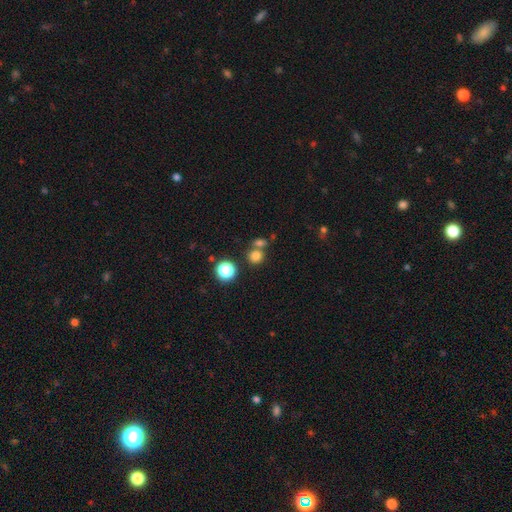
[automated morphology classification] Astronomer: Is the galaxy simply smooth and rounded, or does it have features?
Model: smooth — 76%.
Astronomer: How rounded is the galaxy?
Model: round — 84%.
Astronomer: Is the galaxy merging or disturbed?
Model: none — 59%.